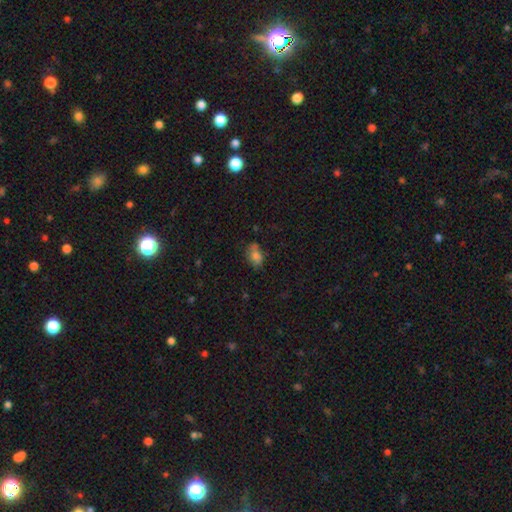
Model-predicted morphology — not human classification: Smooth or featured? Predicted: smooth (p=0.73). How rounded? Predicted: in between (p=0.83). Merging? Predicted: none (p=0.54).